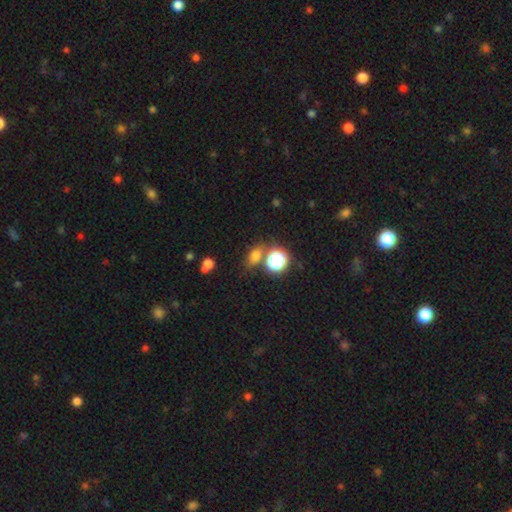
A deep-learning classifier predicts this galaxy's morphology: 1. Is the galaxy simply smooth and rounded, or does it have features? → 67% smooth, 26% star or artifact, 8% featured or disk.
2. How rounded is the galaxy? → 59% in between, 38% round, 3% cigar-shaped.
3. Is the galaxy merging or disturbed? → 67% none, 15% merger, 13% minor disturbance, 5% major disturbance.